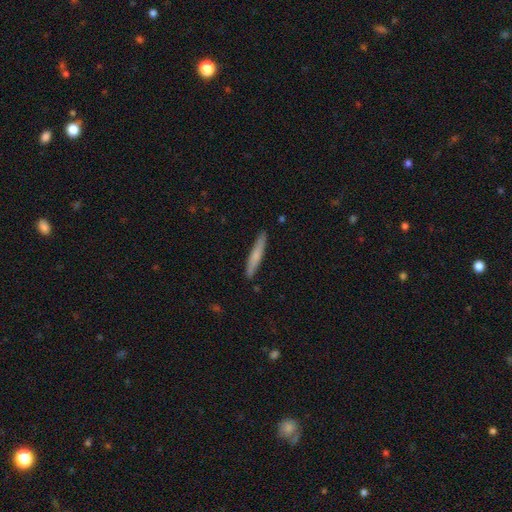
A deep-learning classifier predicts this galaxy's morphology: smooth_or_featured: smooth (p=0.67) [alt: featured or disk p=0.28]
how_rounded: cigar-shaped (p=0.94) [alt: in between p=0.04]
merging: none (p=0.89) [alt: minor disturbance p=0.09]